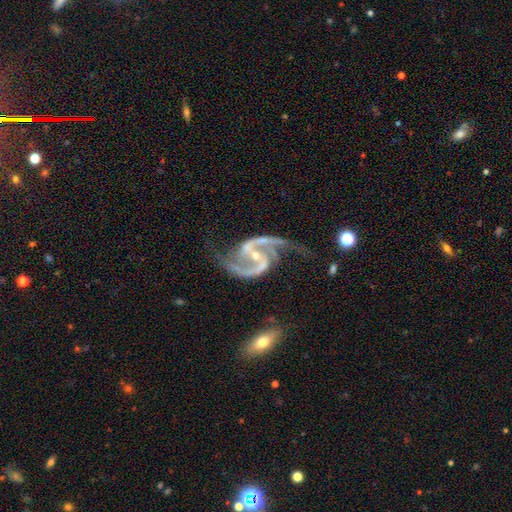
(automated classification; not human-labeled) The model was most divided on "bar" (2-way tie): strong: 37%, weak: 37%, no: 26%. Remaining: spiral arms — yes (98%); edge-on disk — no (98%); spiral arm count — 2 (94%); smooth or featured — featured or disk (94%); bulge size — small (68%); merging — none (57%); spiral winding — medium (48%).